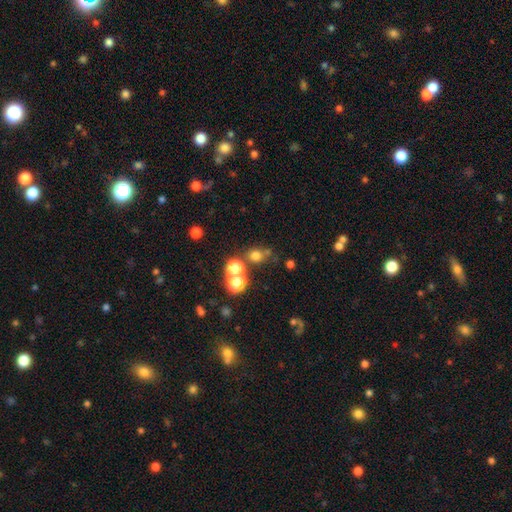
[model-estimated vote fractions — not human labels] smooth-or-featured: smooth: 69% | star or artifact: 23% | featured or disk: 8%
  how-rounded: round: 80% | in between: 18% | cigar-shaped: 1%
  merging: none: 64% | merger: 20% | minor disturbance: 10% | major disturbance: 5%